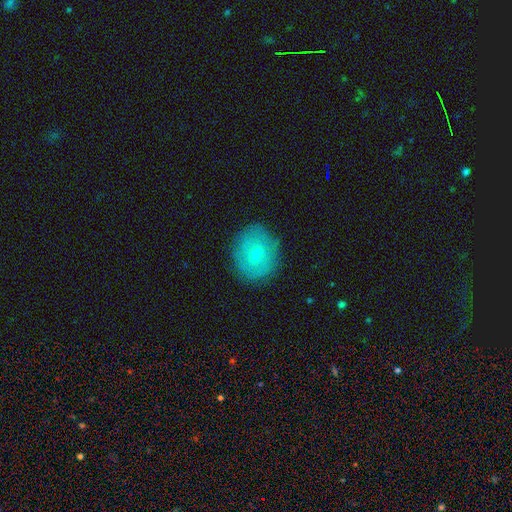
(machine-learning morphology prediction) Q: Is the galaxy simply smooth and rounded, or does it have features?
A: smooth — 51%.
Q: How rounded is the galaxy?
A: round — 73%.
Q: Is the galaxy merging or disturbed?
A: none — 84%.